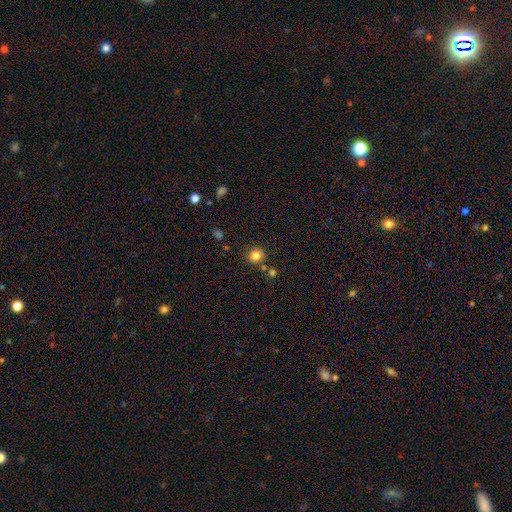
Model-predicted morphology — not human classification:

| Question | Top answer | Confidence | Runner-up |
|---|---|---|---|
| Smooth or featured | smooth | 82% | star or artifact (12%) |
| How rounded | round | 90% | in between (9%) |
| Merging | none | 80% | minor disturbance (9%) |